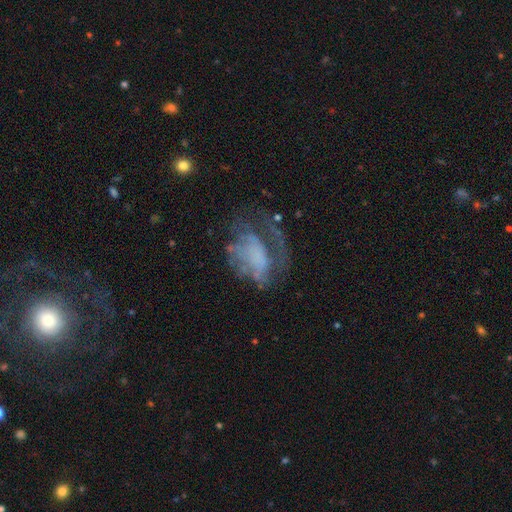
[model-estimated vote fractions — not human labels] This is likely a featured or disk galaxy (61%). It is clearly not viewed edge-on (96%). Bar: likely no (80%). Spiral arm pattern: possibly no (52%). Central bulge: likely none (67%). Merging: marginally major disturbance (41%).